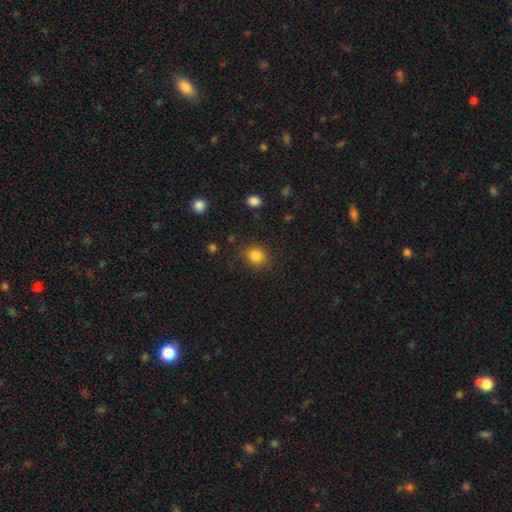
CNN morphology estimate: smooth 84%, star or artifact 11%, featured or disk 5%. Down the decision tree: how rounded — round (78%); merging — none (88%).